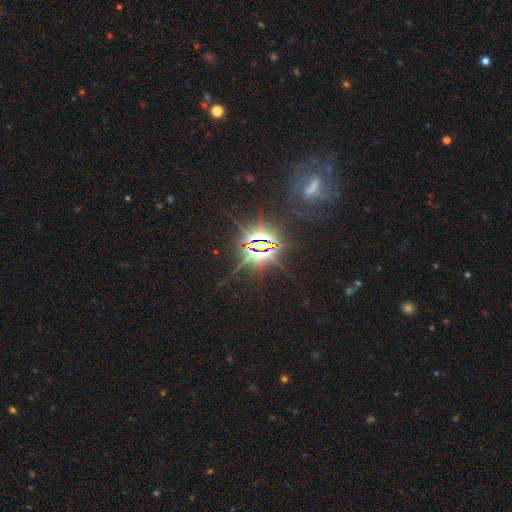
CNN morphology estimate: Smooth or featured? star or artifact (83%)